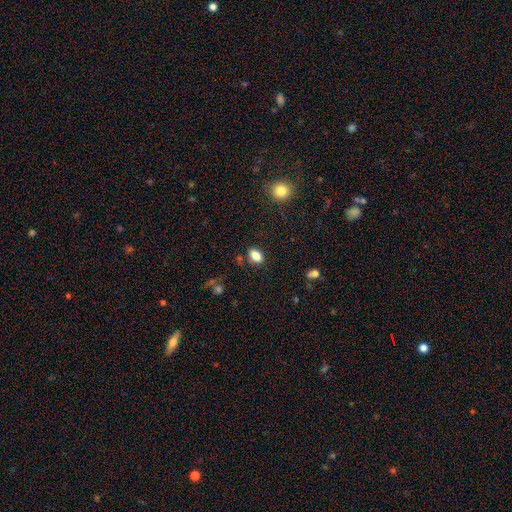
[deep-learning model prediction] Smooth or featured? smooth (85%)
How rounded? in between (85%)
Merging? none (83%)